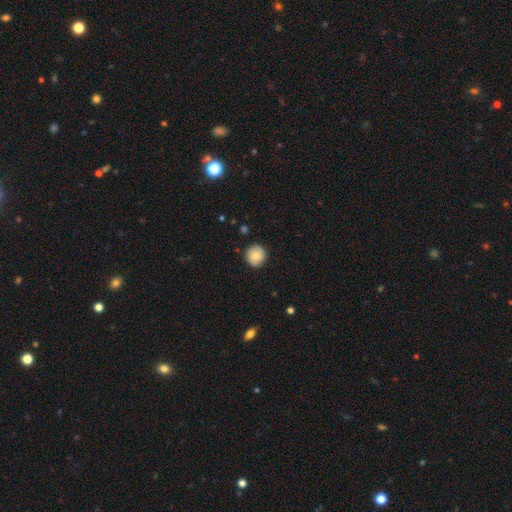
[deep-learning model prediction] A smooth galaxy with no disk features (69%) that is round (90%). Merging: none (85%).